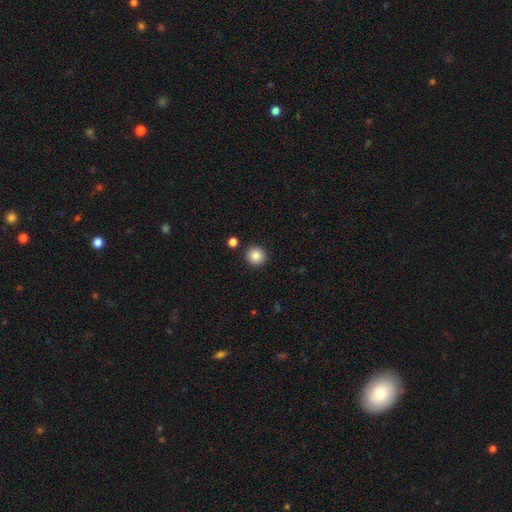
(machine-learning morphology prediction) This is clearly a smooth galaxy (86%). How rounded: clearly round (94%). Merging: clearly none (91%).